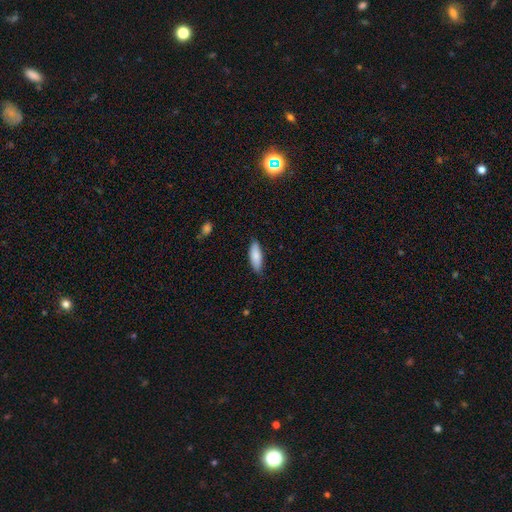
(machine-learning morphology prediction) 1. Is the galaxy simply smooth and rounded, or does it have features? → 84% smooth, 10% featured or disk, 6% star or artifact.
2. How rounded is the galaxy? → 62% in between, 36% cigar-shaped, 2% round.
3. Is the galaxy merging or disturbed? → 84% none, 13% minor disturbance, 2% major disturbance, 1% merger.